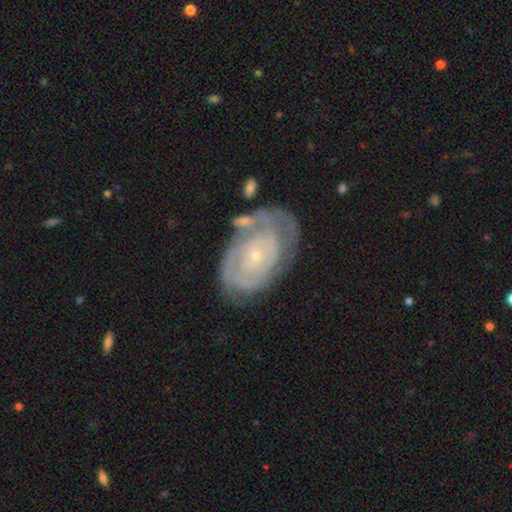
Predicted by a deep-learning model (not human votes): This is likely a featured or disk galaxy (77%). It is clearly not viewed edge-on (96%). Bar: clearly no (80%). Spiral arm pattern: clearly yes (81%). Spiral arm count: possibly can't tell (52%). Spiral winding: likely tight (77%). Central bulge: clearly small (81%). Merging: possibly none (54%).